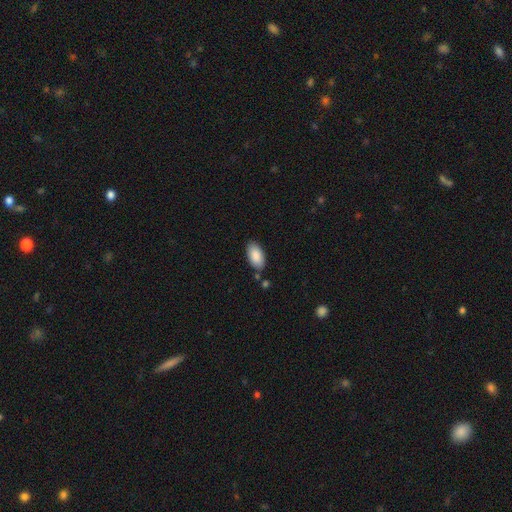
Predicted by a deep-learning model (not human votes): The model was most divided on "merging": none: 81%, minor disturbance: 12%, merger: 5%, major disturbance: 3%. More confident: how rounded — in between (95%); smooth or featured — smooth (88%).